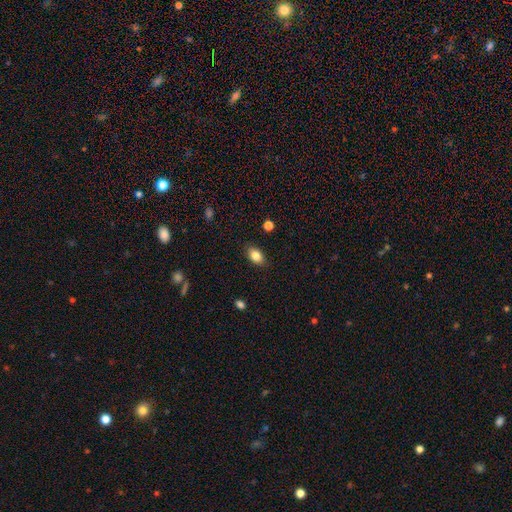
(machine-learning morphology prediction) Overall: smooth (83%). How rounded: in between (84%). Merging: none (85%).